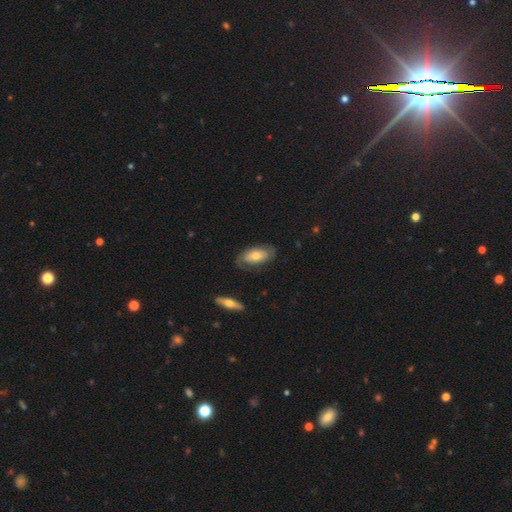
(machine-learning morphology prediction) type=featured or disk (49%); merging=none (73%).